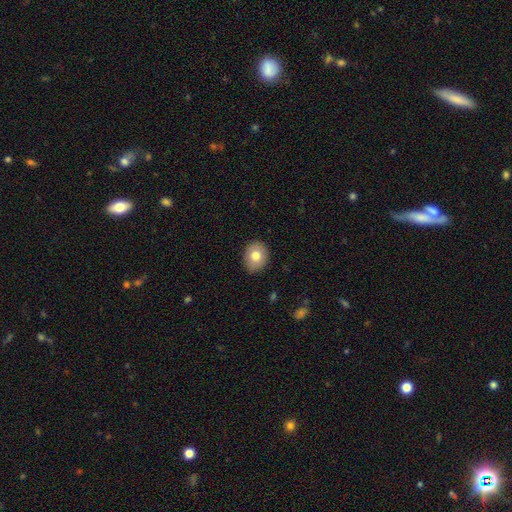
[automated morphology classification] Smooth or featured? smooth (78%)
How rounded? round (53%)
Merging? none (87%)